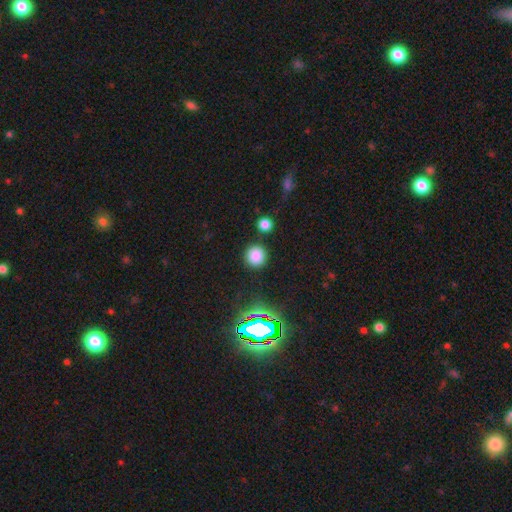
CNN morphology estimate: This is likely a smooth galaxy (79%). How rounded: clearly round (93%). Merging: clearly none (86%).